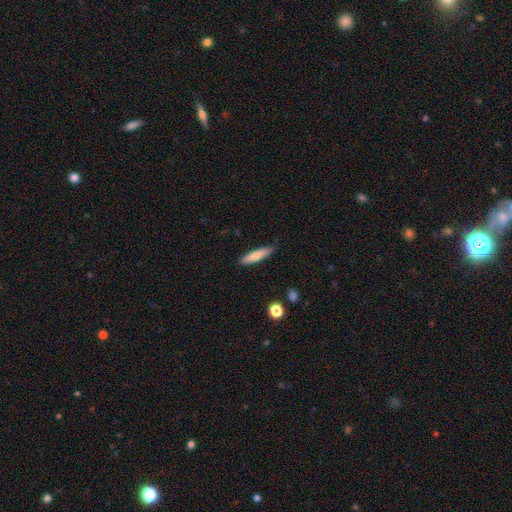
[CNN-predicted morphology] Smooth or featured? Predicted: smooth (p=0.73). How rounded? Predicted: cigar-shaped (p=0.80). Merging? Predicted: none (p=0.87).